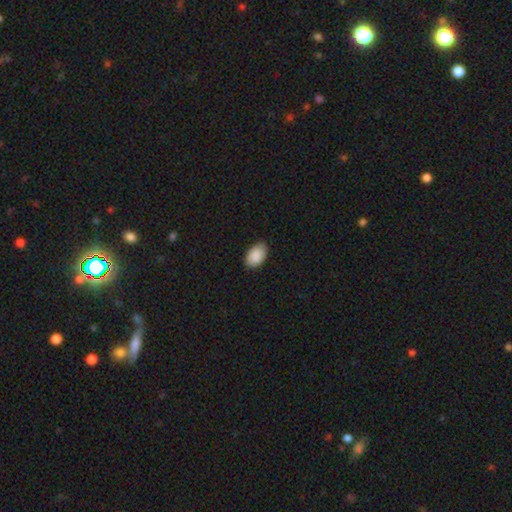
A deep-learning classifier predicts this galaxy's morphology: smooth-or-featured: smooth: 91% | star or artifact: 6% | featured or disk: 3%
  how-rounded: in between: 92% | round: 6% | cigar-shaped: 1%
  merging: none: 82% | minor disturbance: 15% | major disturbance: 2% | merger: 1%